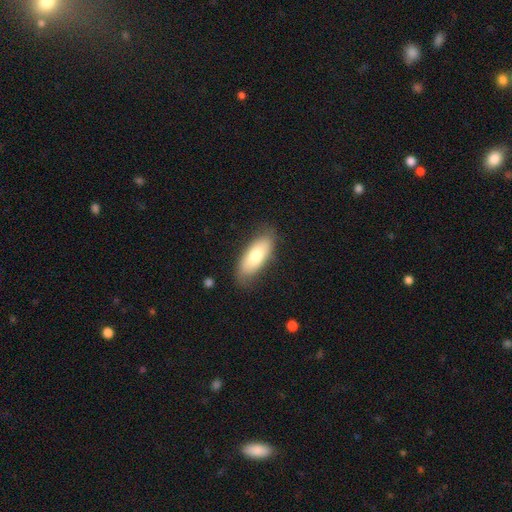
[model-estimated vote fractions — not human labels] Smooth or featured?
  - smooth: 74% *
  - featured or disk: 20%
  - star or artifact: 6%
How rounded?
  - in between: 78% *
  - cigar-shaped: 20%
  - round: 2%
Merging?
  - none: 79% *
  - minor disturbance: 16%
  - major disturbance: 4%
  - merger: 1%